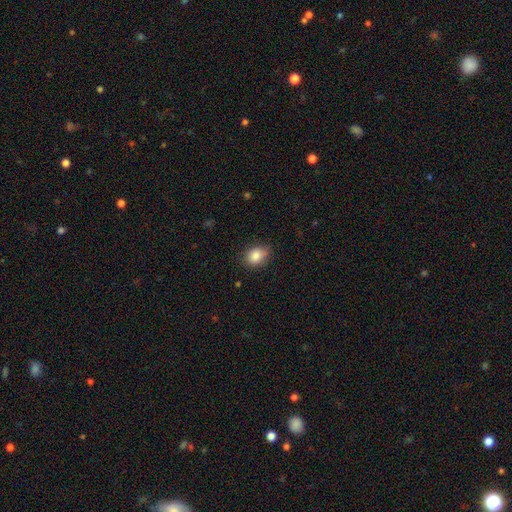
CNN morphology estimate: Q: Smooth or featured?
A: smooth (84%); runner-up: star or artifact (9%)
Q: How rounded?
A: in between (57%); runner-up: round (42%)
Q: Merging?
A: none (72%); runner-up: minor disturbance (22%)